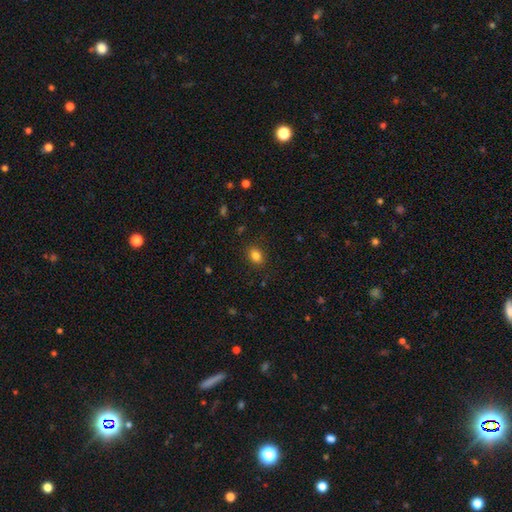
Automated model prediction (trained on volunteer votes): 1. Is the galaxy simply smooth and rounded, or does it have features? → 83% smooth, 11% star or artifact, 6% featured or disk.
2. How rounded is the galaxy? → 61% in between, 38% round, 1% cigar-shaped.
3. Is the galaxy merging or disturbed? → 88% none, 9% minor disturbance, 3% major disturbance, 1% merger.